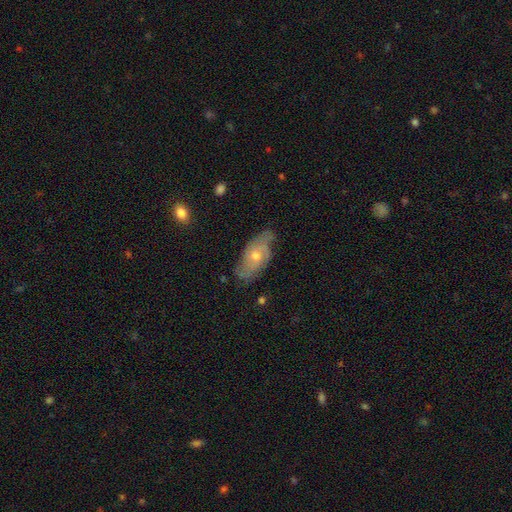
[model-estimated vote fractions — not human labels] featured or disk 73%, smooth 20%, star or artifact 7%. Down the decision tree: edge-on disk — no (91%); bar — no (74%); spiral arms — yes (88%); spiral arm count — 2 (46%); spiral winding — medium (41%); bulge size — moderate (56%); merging — none (71%).